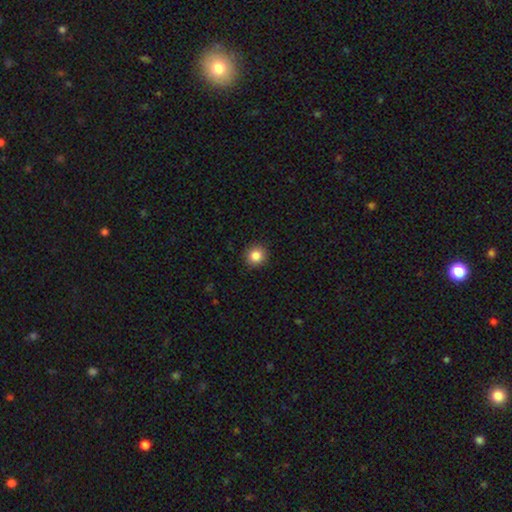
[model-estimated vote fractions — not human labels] Q: Smooth or featured?
A: smooth (85%); runner-up: star or artifact (10%)
Q: How rounded?
A: round (91%); runner-up: in between (8%)
Q: Merging?
A: none (91%); runner-up: minor disturbance (6%)